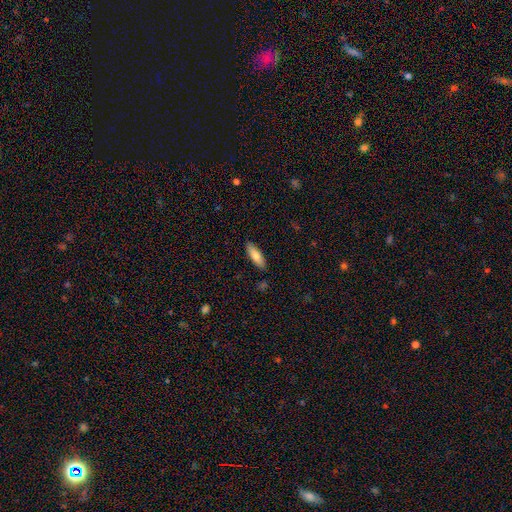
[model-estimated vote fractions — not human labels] Overall: smooth (76%). How rounded: in between (56%; cigar-shaped 43%). Merging: none (87%).